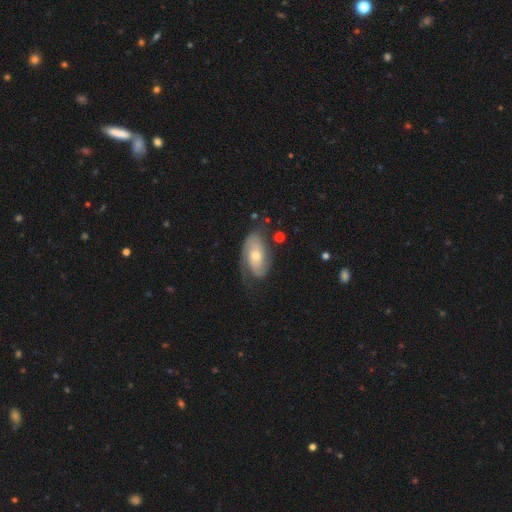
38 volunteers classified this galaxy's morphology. Smooth or featured? featured or disk (71%)
Edge-on disk? no (96%)
Bar? no (65%)
Spiral arms? yes (96%)
Spiral winding? medium (48%)
Spiral arm count? 2 (64%)
Bulge size? small (54%)
Merging? none (62%)